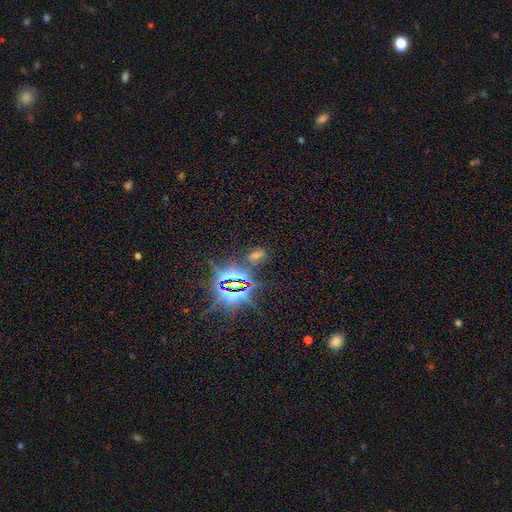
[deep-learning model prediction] star or artifact 72%, smooth 18%, featured or disk 10%.